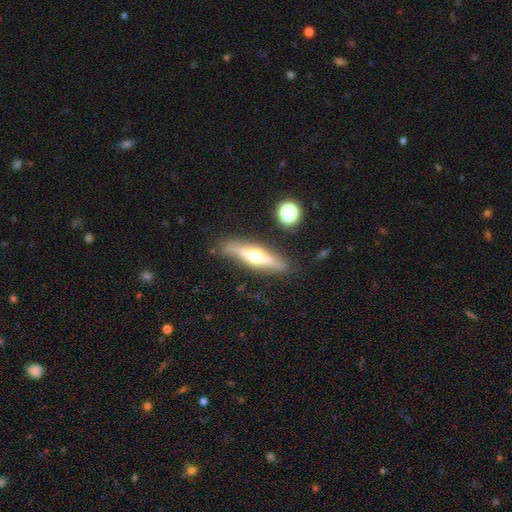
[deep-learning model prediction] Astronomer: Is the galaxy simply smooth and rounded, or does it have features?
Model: featured or disk — 56% (runner-up: smooth, 38%).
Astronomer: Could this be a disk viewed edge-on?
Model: yes — 89%.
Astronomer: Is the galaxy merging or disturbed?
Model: none — 83%.